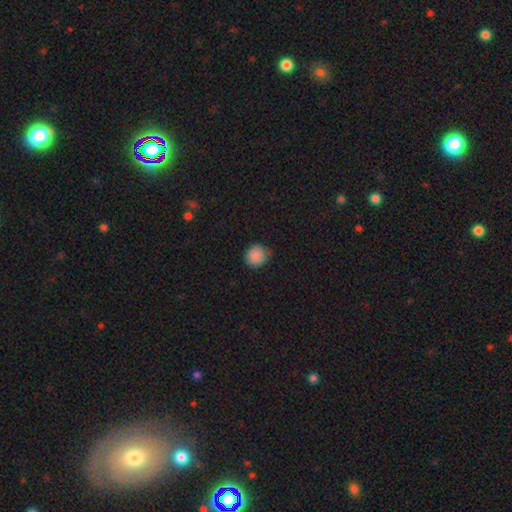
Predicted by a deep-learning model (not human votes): A smooth galaxy with no disk features (88%) that is round (88%).

Vote fractions:
- Smooth or featured? smooth: 88% / star or artifact: 9% / featured or disk: 3%
- How rounded? round: 88% / in between: 11% / cigar-shaped: 1%
- Merging? none: 74% / minor disturbance: 21% / major disturbance: 3% / merger: 1%